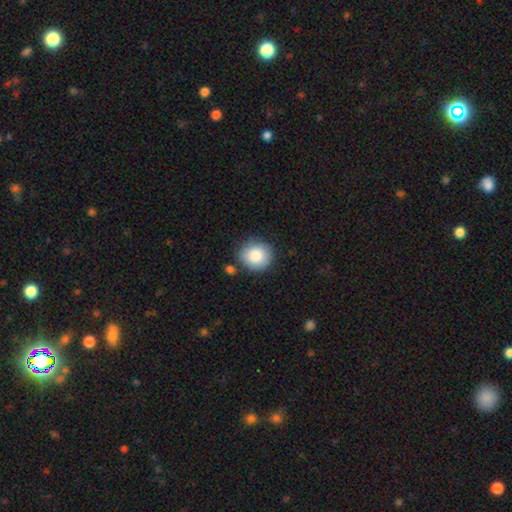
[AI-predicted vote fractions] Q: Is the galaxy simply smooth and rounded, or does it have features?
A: smooth — 85%.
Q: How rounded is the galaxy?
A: round — 88%.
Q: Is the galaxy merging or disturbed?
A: none — 80%.